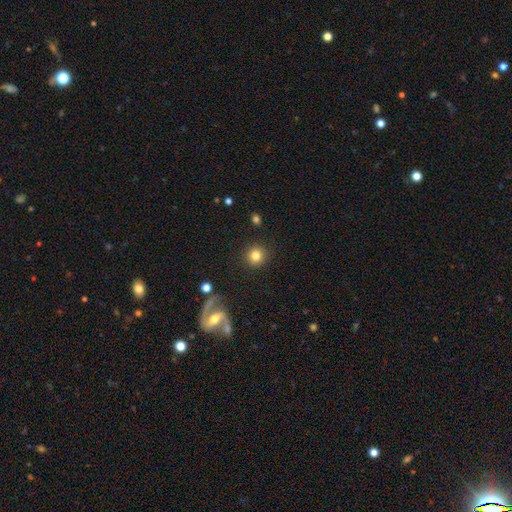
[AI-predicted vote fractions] This is clearly a smooth galaxy (81%). How rounded: clearly round (93%). Merging: clearly none (90%).